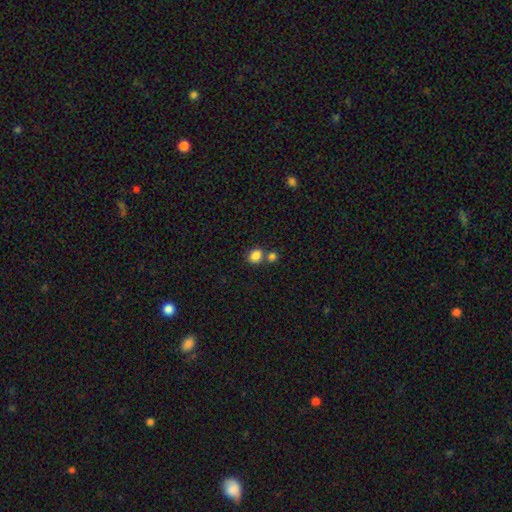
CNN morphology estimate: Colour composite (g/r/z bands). It shows a smooth galaxy with no disk features (85%) that is round (62%). Merging: none (58%).